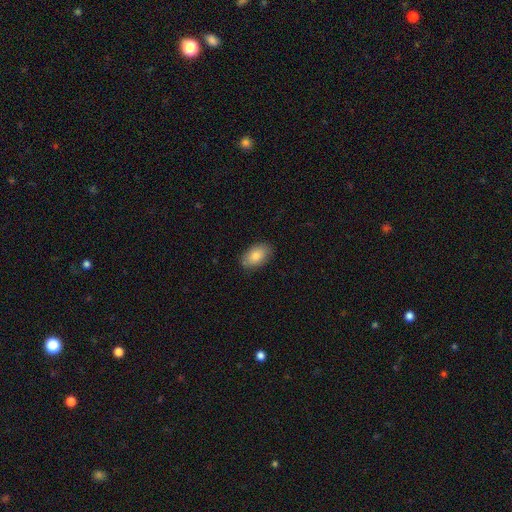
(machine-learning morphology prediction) type=smooth (84%); roundness=in between (92%); merging=none (85%).